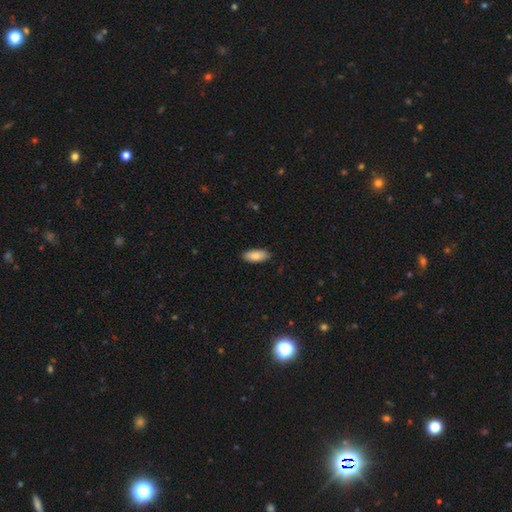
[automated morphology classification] A smooth galaxy with no disk features (84%) that is in between round and cigar-shaped (88%).

Vote fractions:
- Smooth or featured? smooth: 84% / featured or disk: 10% / star or artifact: 6%
- How rounded? in between: 88% / cigar-shaped: 10% / round: 2%
- Merging? none: 88% / minor disturbance: 9% / major disturbance: 2% / merger: 1%